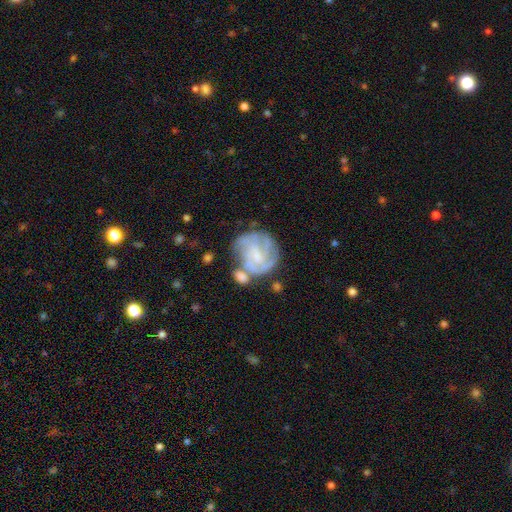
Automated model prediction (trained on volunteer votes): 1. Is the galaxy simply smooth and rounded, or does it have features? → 77% featured or disk, 16% smooth, 7% star or artifact.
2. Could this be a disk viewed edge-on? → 98% no, 2% yes.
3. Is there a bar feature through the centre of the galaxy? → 51% no, 40% weak, 9% strong.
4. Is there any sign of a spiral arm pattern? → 91% yes, 9% no.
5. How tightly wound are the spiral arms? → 57% tight, 33% medium, 10% loose.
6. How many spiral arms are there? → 31% can't tell, 28% 3, 17% 4, 13% 2, 6% more than 4, 5% 1.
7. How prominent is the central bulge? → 50% small, 26% none, 20% moderate, 2% large, 1% dominant.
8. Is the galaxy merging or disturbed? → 54% none, 20% minor disturbance, 13% merger, 13% major disturbance.